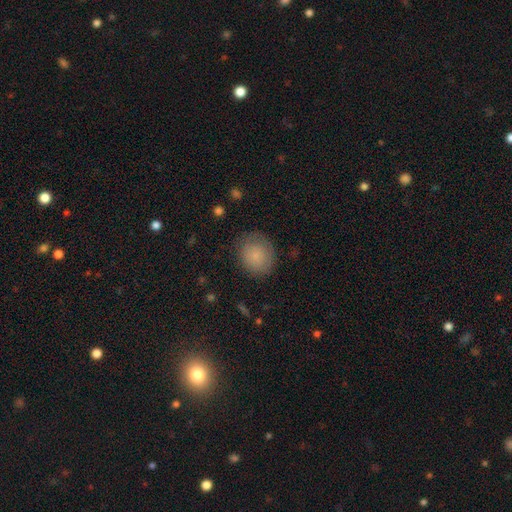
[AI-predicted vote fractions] Smooth or featured? Predicted: smooth (p=0.81). How rounded? Predicted: round (p=0.72). Merging? Predicted: none (p=0.77).